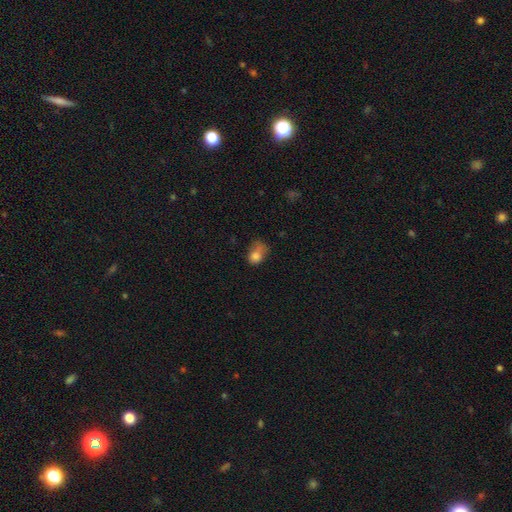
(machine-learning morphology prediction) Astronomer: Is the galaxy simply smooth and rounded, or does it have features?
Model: smooth — 76%.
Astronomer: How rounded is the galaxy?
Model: in between — 62%.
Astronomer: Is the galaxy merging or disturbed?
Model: major disturbance — 34% (runner-up: minor disturbance, 33%).